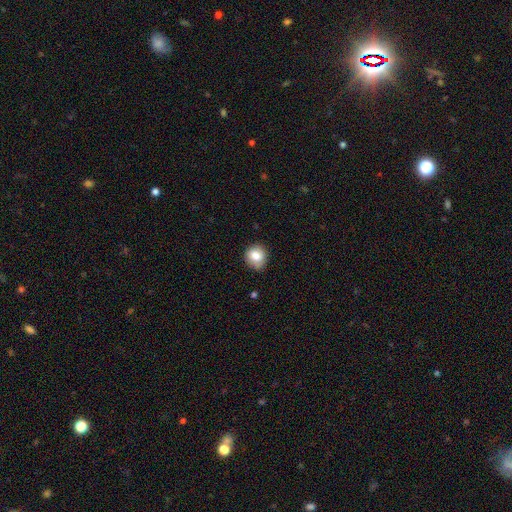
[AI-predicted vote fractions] The model was most divided on "merging": none: 75%, minor disturbance: 20%, major disturbance: 3%, merger: 2%. More confident: smooth or featured — smooth (82%); how rounded — round (81%).